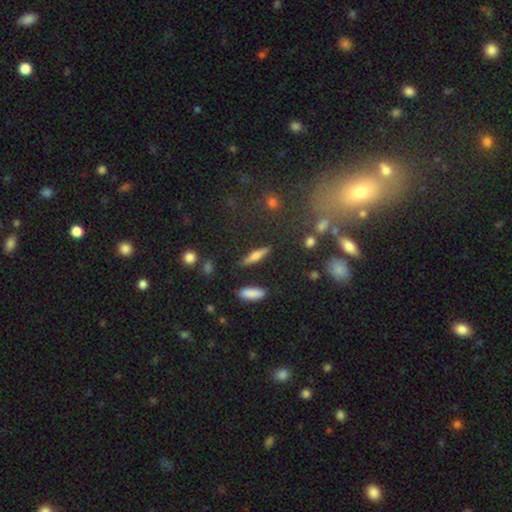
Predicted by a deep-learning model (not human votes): Smooth or featured: smooth — 50% (featured or disk — 40%)
How rounded: cigar-shaped — 75% (in between — 21%)
Merging: none — 85% (minor disturbance — 9%)